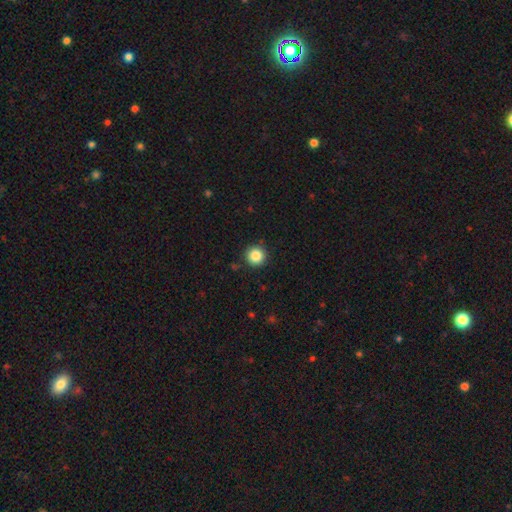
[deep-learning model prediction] Smooth or featured?
  - smooth: 86% *
  - star or artifact: 10%
  - featured or disk: 4%
How rounded?
  - round: 96% *
  - in between: 3%
  - cigar-shaped: 1%
Merging?
  - none: 91% *
  - minor disturbance: 6%
  - major disturbance: 2%
  - merger: 1%